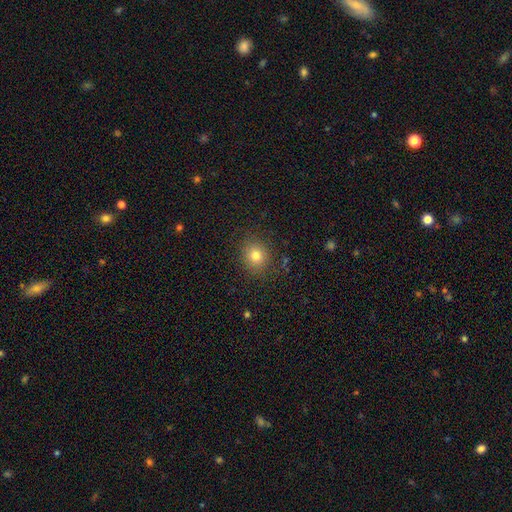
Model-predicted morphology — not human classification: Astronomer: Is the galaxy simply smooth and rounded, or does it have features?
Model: smooth — 79%.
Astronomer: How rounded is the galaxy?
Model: round — 74%.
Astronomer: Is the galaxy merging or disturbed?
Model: none — 87%.